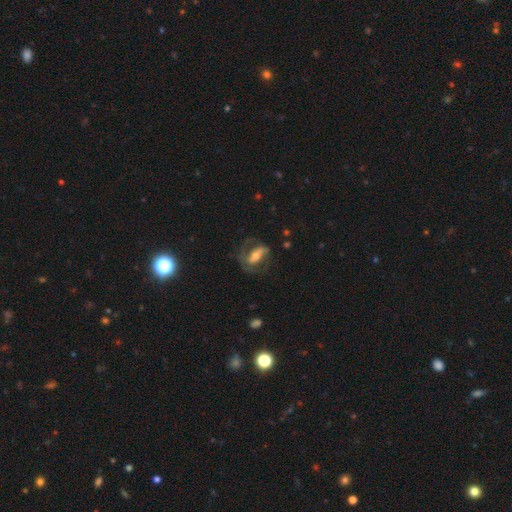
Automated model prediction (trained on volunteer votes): Morphology: type=featured or disk (61%); edge-on=no (90%); bar=strong (42%); spiral arms=yes (70%); bulge=moderate (57%); merging=none (48%).